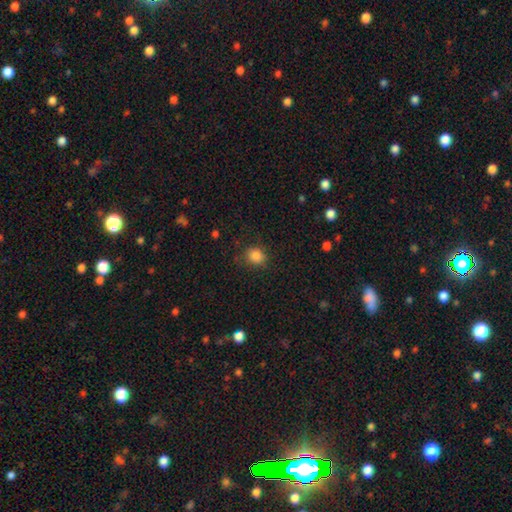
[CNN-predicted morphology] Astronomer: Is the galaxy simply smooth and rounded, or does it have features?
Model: smooth — 85%.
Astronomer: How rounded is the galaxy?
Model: round — 74%.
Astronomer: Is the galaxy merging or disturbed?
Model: none — 82%.